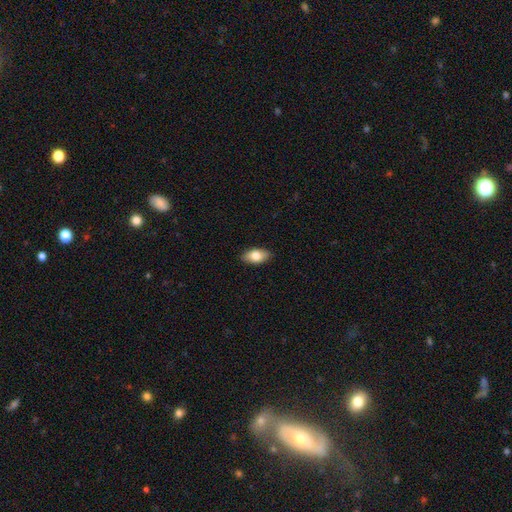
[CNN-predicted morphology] The model was most divided on "smooth or featured": smooth: 80%, featured or disk: 13%, star or artifact: 7%. More confident: how rounded — in between (92%); merging — none (88%).